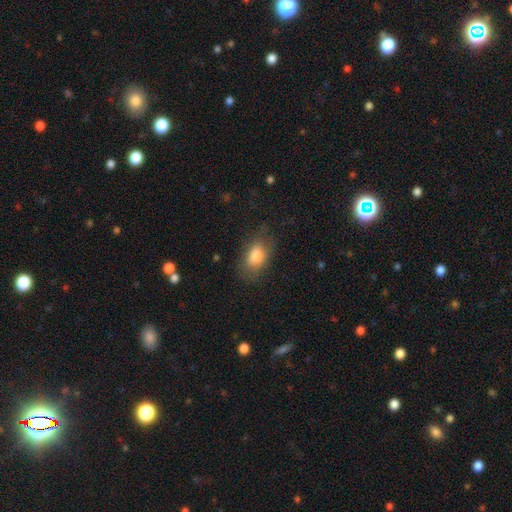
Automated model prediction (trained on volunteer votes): A smooth galaxy with no disk features (82%) that is in between round and cigar-shaped (88%). Merging: none (68%).